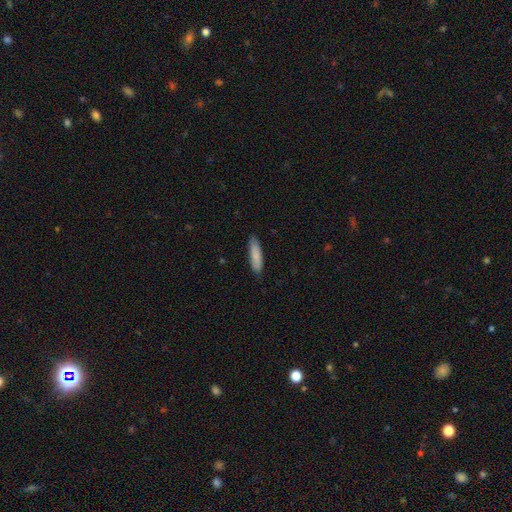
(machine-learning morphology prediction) Overall: smooth (86%). How rounded: cigar-shaped (70%). Merging: none (85%).